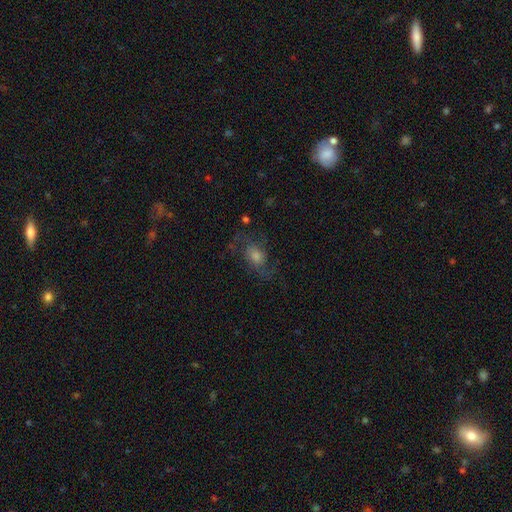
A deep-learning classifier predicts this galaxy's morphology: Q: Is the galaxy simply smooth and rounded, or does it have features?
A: featured or disk — 56%.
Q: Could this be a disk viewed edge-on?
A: no — 94%.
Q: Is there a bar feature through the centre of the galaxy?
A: no — 70%.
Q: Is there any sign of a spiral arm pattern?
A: yes — 84%.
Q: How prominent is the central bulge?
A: moderate — 46%.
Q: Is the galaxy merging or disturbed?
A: none — 65%.